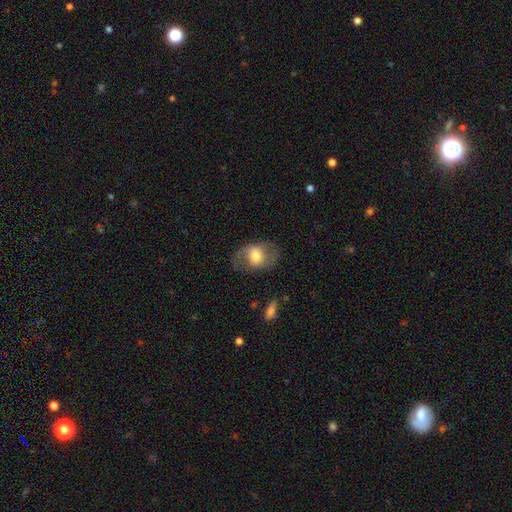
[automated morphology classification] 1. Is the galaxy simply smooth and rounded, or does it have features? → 53% smooth, 41% featured or disk, 7% star or artifact.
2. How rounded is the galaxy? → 69% in between, 29% round, 1% cigar-shaped.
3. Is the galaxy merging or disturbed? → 66% none, 19% minor disturbance, 14% major disturbance, 2% merger.